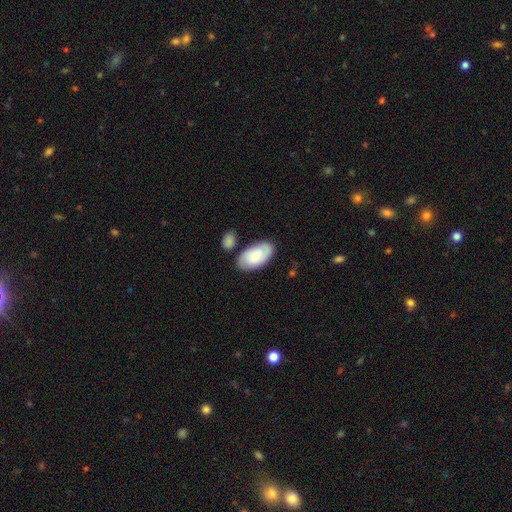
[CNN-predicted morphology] Smooth or featured?
  - smooth: 68% *
  - featured or disk: 26%
  - star or artifact: 6%
How rounded?
  - in between: 95% *
  - round: 3%
  - cigar-shaped: 2%
Merging?
  - none: 71% *
  - minor disturbance: 16%
  - merger: 10%
  - major disturbance: 4%